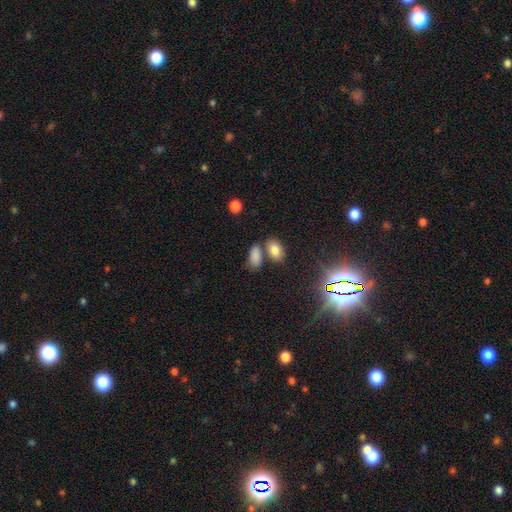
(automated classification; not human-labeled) Smooth or featured: smooth — 82% (star or artifact — 11%)
How rounded: in between — 90% (round — 6%)
Merging: none — 56% (merger — 24%)